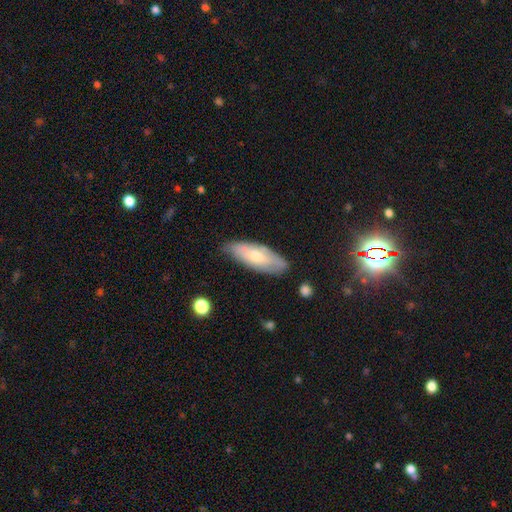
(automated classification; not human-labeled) Smooth or featured?
  - smooth: 53% *
  - featured or disk: 40%
  - star or artifact: 7%
How rounded?
  - in between: 71% *
  - cigar-shaped: 27%
  - round: 2%
Merging?
  - none: 76% *
  - minor disturbance: 19%
  - major disturbance: 3%
  - merger: 2%